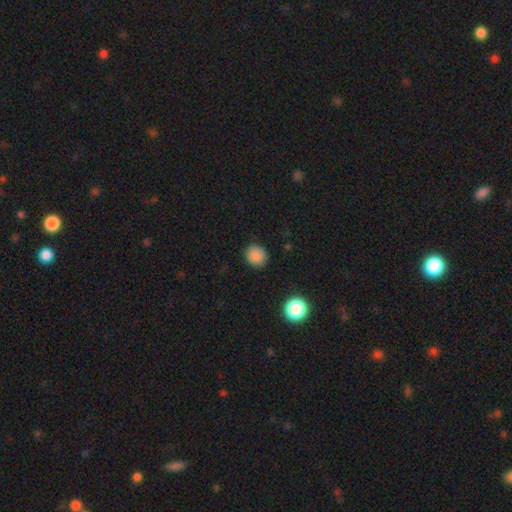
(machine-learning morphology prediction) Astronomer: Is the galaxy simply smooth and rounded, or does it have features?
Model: smooth — 86%.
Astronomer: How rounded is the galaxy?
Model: round — 87%.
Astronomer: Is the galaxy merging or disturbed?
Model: none — 89%.